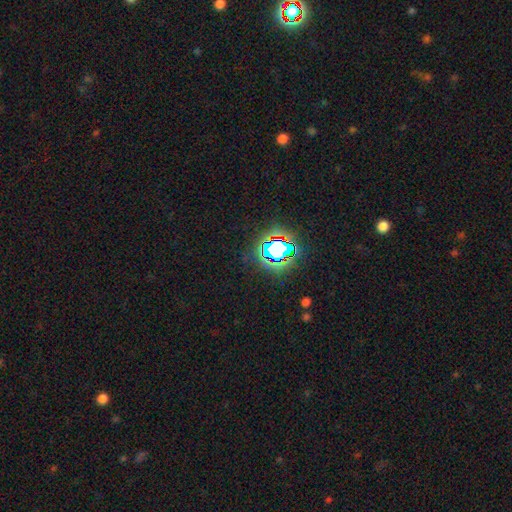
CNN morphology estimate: type=star or artifact (80%).